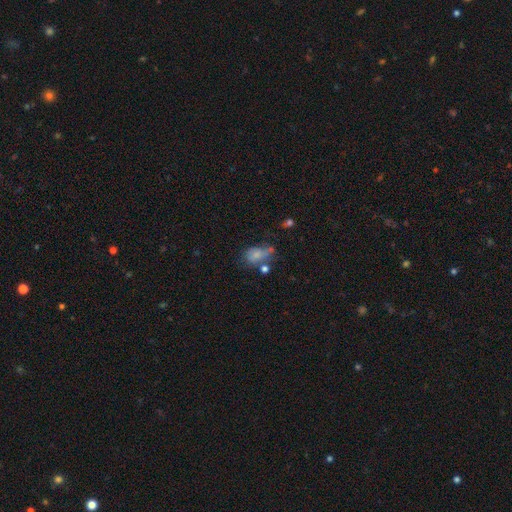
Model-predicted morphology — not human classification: Overall: smooth (65%). How rounded: in between (82%). Merging: none (30%; minor disturbance 26%).